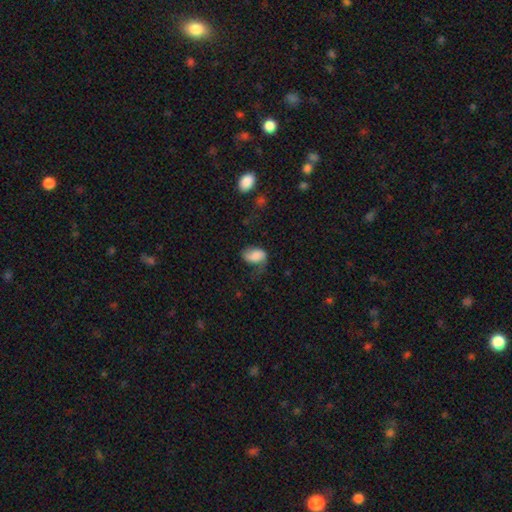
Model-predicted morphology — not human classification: This appears to be a smooth galaxy with no disk features (64%) that is in between round and cigar-shaped (86%). Merging: none (35%).